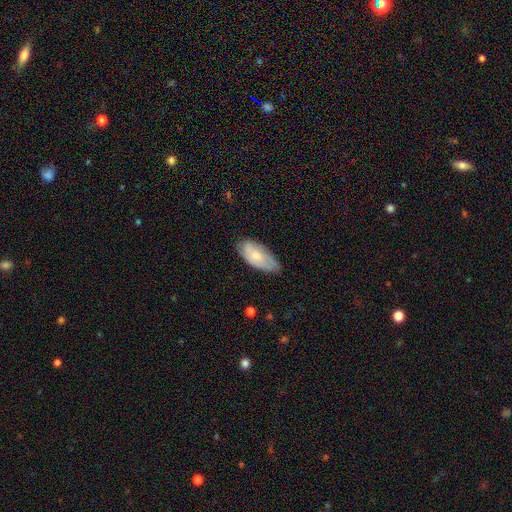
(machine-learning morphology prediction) This appears to be a smooth galaxy with no disk features (65%) that is in between round and cigar-shaped (90%). Merging: none (65%).